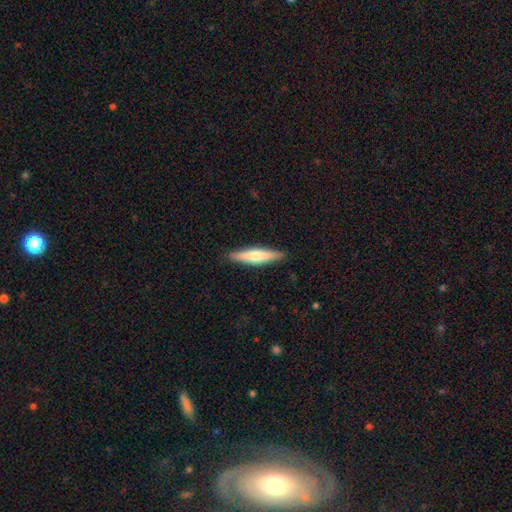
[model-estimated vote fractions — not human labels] This appears to be a smooth galaxy with no disk features (54%) that is cigar-shaped (85%). Merging: none (90%).